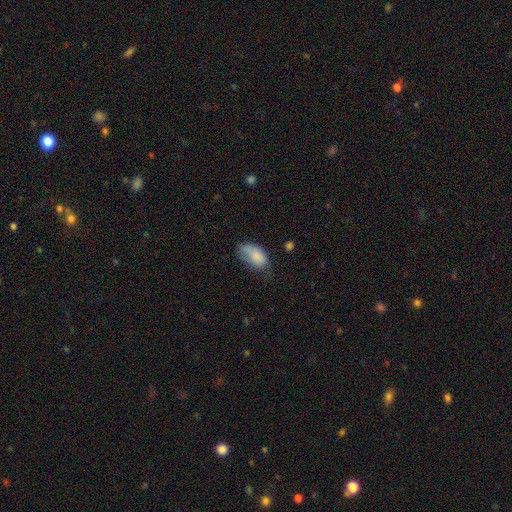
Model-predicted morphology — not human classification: A smooth galaxy with no disk features (82%) that is in between round and cigar-shaped (93%).

Vote fractions:
- Smooth or featured? smooth: 82% / featured or disk: 11% / star or artifact: 8%
- How rounded? in between: 93% / round: 4% / cigar-shaped: 2%
- Merging? minor disturbance: 41% (tied) / none: 41% (tied) / major disturbance: 16% / merger: 2%